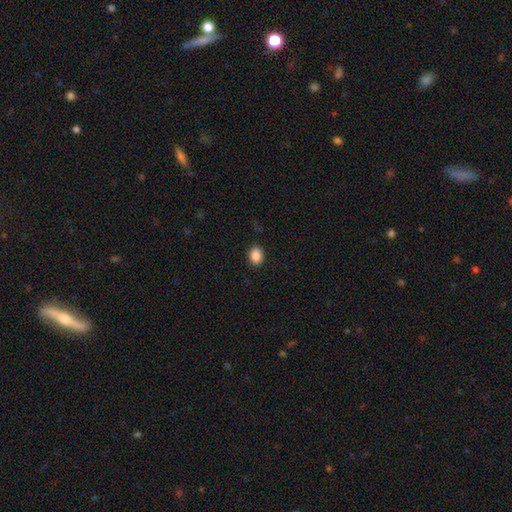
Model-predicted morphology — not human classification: The model was most divided on "how rounded": in between: 58%, round: 41%, cigar-shaped: 1%. More confident: merging — none (89%); smooth or featured — smooth (87%).